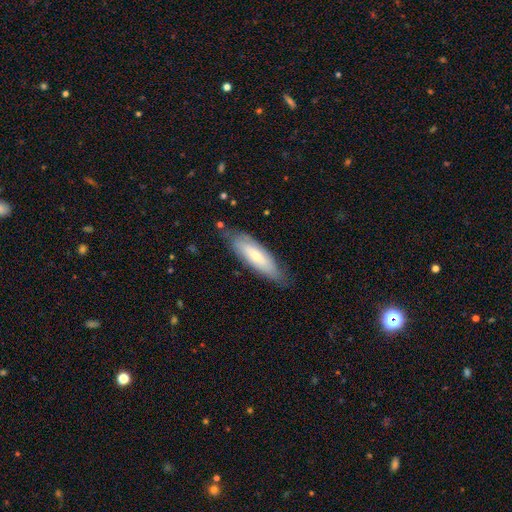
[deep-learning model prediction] Smooth or featured? Predicted: smooth (p=0.54). How rounded? Predicted: cigar-shaped (p=0.51). Merging? Predicted: none (p=0.77).